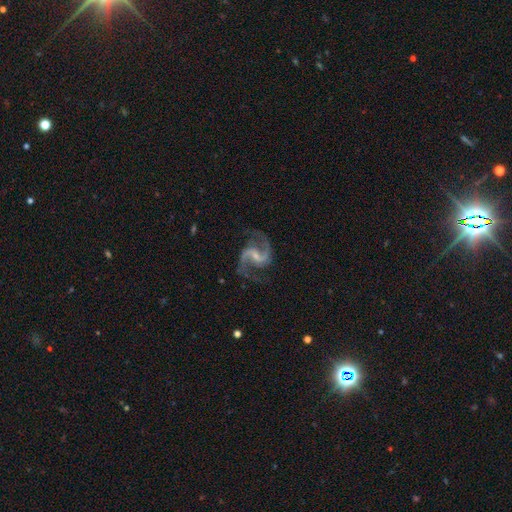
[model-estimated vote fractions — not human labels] A featured or disk galaxy (93%) with a weak bar (53%), 2 (94%) medium (55%) spiral arms (98%) and a small central bulge (61%). Merging: none (78%).